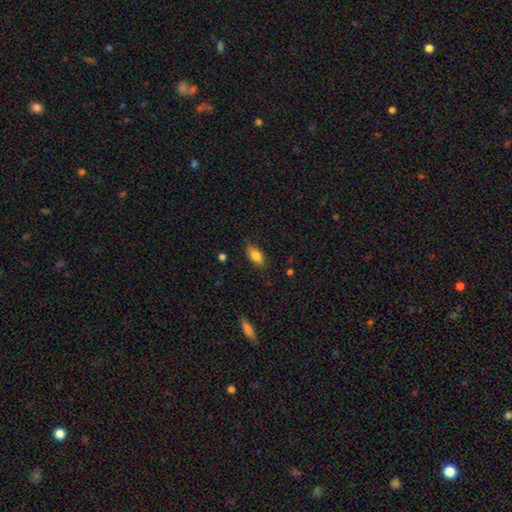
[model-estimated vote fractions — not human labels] smooth-or-featured: smooth: 82% | featured or disk: 10% | star or artifact: 8%
  how-rounded: in between: 86% | cigar-shaped: 10% | round: 4%
  merging: none: 81% | minor disturbance: 15% | major disturbance: 3% | merger: 1%